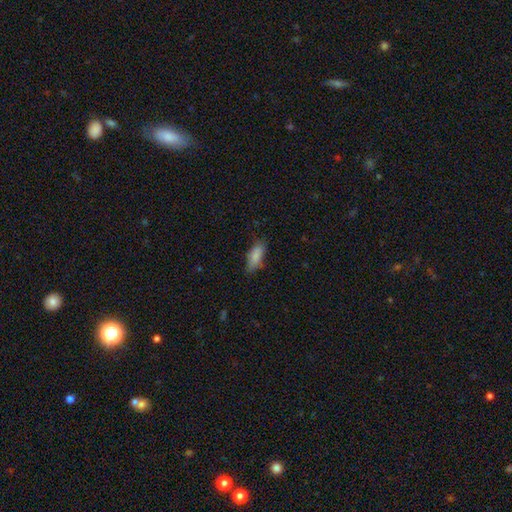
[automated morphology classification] type=smooth (84%); roundness=in between (80%); merging=none (67%).